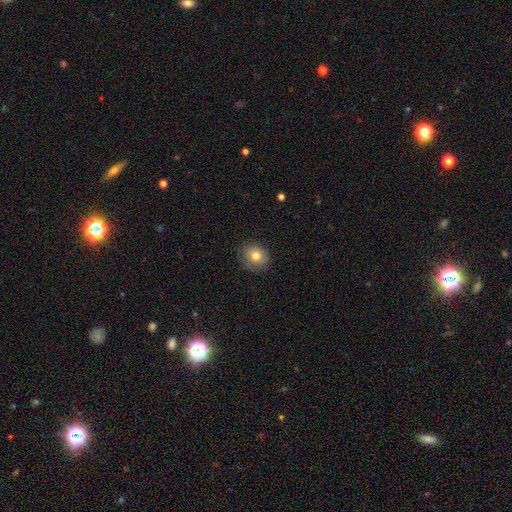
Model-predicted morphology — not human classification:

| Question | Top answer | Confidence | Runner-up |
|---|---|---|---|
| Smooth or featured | smooth | 78% | featured or disk (12%) |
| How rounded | round | 76% | in between (24%) |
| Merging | none | 82% | minor disturbance (14%) |